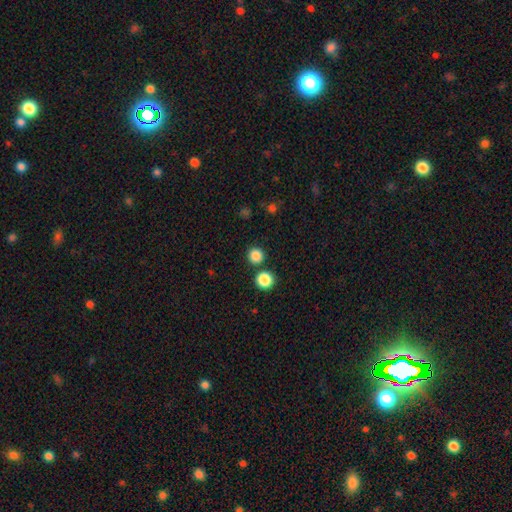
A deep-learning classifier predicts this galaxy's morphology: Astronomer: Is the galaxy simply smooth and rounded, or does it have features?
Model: smooth — 84%.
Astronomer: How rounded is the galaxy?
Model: round — 95%.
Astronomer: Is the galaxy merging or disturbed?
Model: none — 85%.